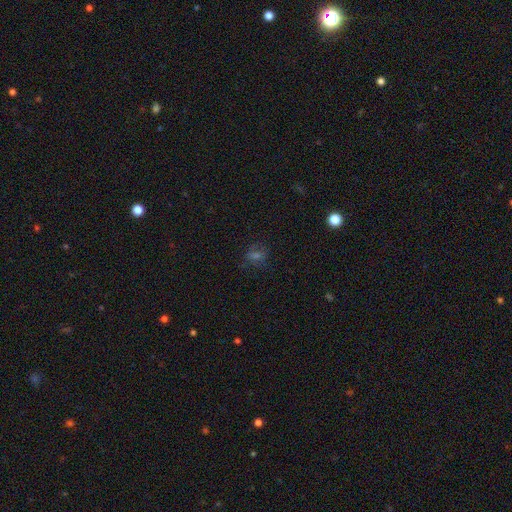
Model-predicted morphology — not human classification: smooth 43%, star or artifact 37%, featured or disk 19%. Down the decision tree: merging — none (77%).